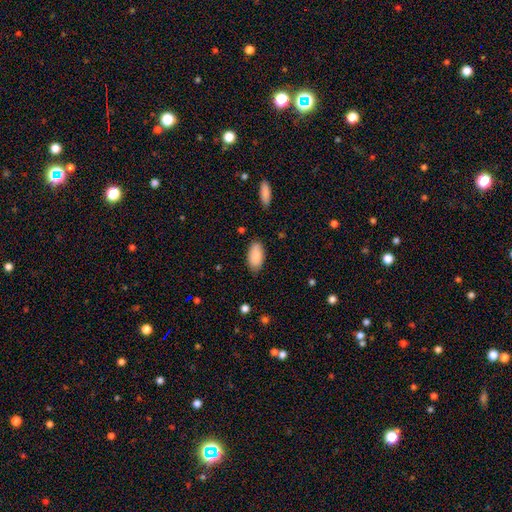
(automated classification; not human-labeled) Morphology: type=smooth (88%); roundness=in between (93%); merging=none (83%).